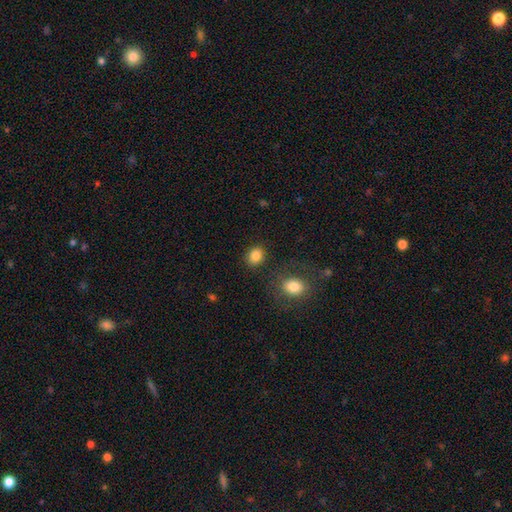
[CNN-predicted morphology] A smooth galaxy with no disk features (85%) that is round (54%).

Vote fractions:
- Smooth or featured? smooth: 85% / star or artifact: 10% / featured or disk: 5%
- How rounded? round: 54% / in between: 45% / cigar-shaped: 1%
- Merging? none: 83% / minor disturbance: 9% / merger: 4% / major disturbance: 3%